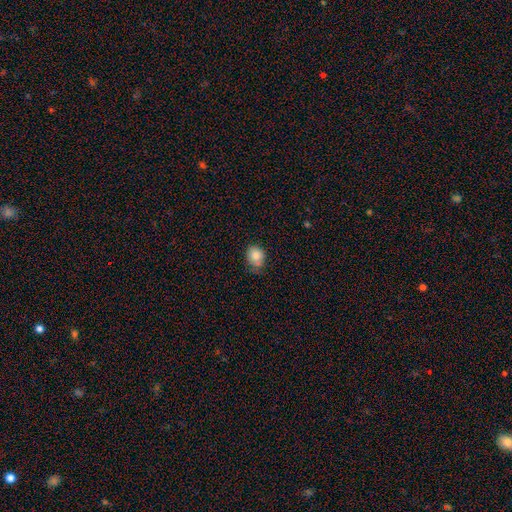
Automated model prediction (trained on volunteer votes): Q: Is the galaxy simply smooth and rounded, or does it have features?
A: smooth — 84%.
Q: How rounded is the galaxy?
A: round — 61%.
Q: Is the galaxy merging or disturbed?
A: none — 59%.